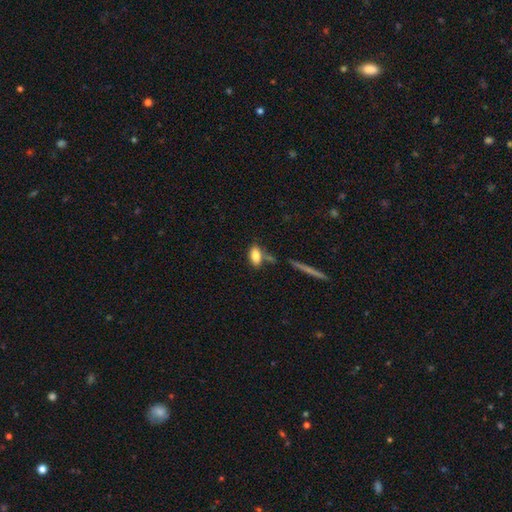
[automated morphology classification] Smooth or featured?
  - smooth: 81% *
  - featured or disk: 12%
  - star or artifact: 8%
How rounded?
  - in between: 85% *
  - cigar-shaped: 11%
  - round: 4%
Merging?
  - none: 63% *
  - minor disturbance: 17%
  - merger: 15%
  - major disturbance: 5%